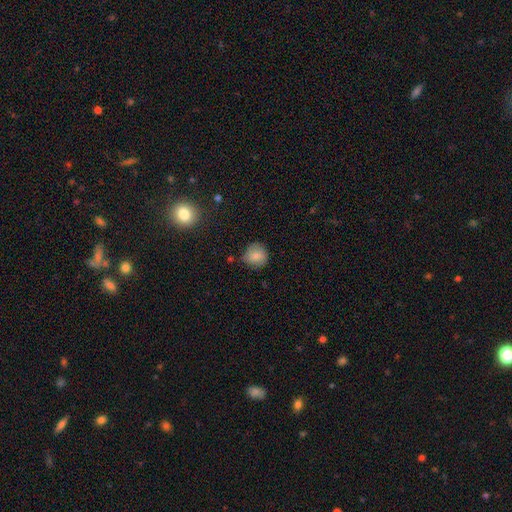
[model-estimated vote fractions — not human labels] A smooth galaxy with no disk features (80%) that is round (87%).

Vote fractions:
- Smooth or featured? smooth: 80% / featured or disk: 11% / star or artifact: 9%
- How rounded? round: 87% / in between: 12% / cigar-shaped: 1%
- Merging? none: 73% / minor disturbance: 20% / major disturbance: 4% / merger: 2%